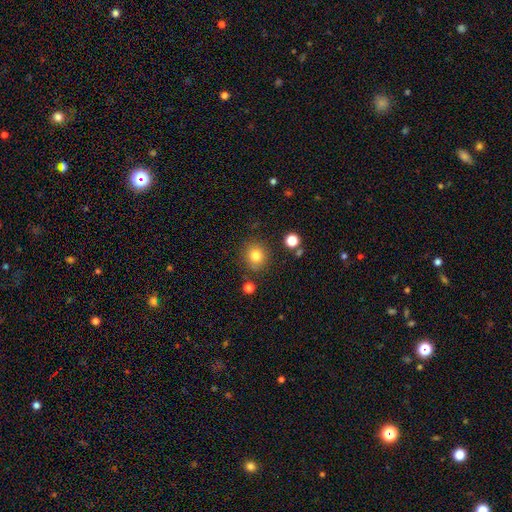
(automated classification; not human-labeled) A smooth galaxy with no disk features (81%) that is round (89%).

Vote fractions:
- Smooth or featured? smooth: 81% / star or artifact: 12% / featured or disk: 7%
- How rounded? round: 89% / in between: 10% / cigar-shaped: 1%
- Merging? none: 84% / minor disturbance: 9% / merger: 3% / major disturbance: 3%